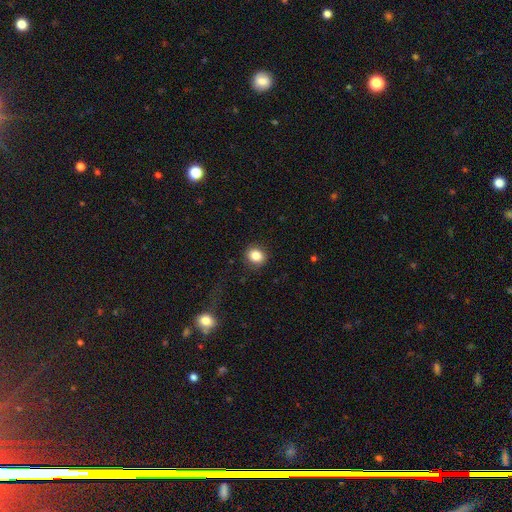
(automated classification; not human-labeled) A smooth galaxy with no disk features (85%) that is round (70%).

Vote fractions:
- Smooth or featured? smooth: 85% / star or artifact: 10% / featured or disk: 6%
- How rounded? round: 70% / in between: 29% / cigar-shaped: 1%
- Merging? none: 86% / minor disturbance: 9% / major disturbance: 3% / merger: 1%